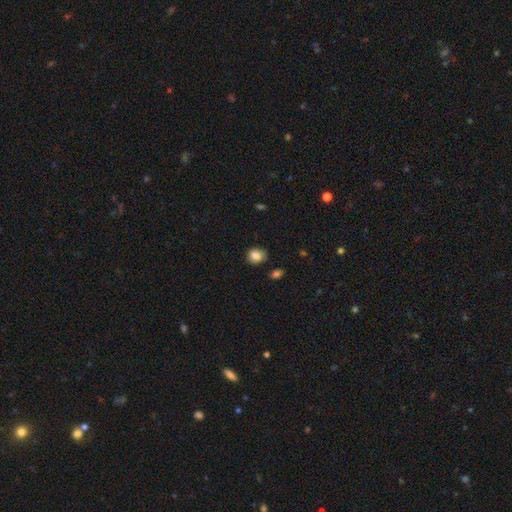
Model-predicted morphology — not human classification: smooth-or-featured: smooth: 83% | star or artifact: 9% | featured or disk: 7%
  how-rounded: round: 61% | in between: 38% | cigar-shaped: 1%
  merging: none: 76% | minor disturbance: 18% | major disturbance: 4% | merger: 3%